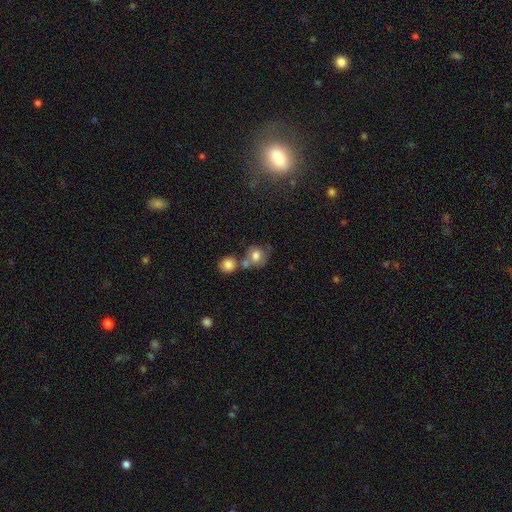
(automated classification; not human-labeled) This is likely a smooth galaxy (75%). How rounded: clearly round (81%). Merging: possibly none (46%).